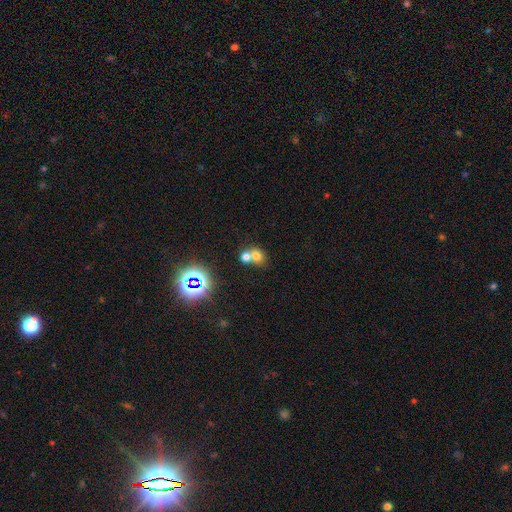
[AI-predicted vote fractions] This appears to be a smooth galaxy with no disk features (67%) that is round (68%). Merging: merger (58%).